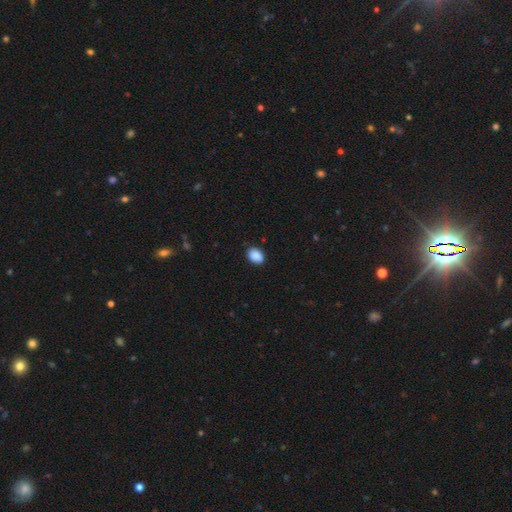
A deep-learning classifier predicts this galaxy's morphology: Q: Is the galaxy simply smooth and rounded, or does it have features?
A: smooth — 89%.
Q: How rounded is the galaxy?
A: in between — 75%.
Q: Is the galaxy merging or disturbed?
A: none — 87%.